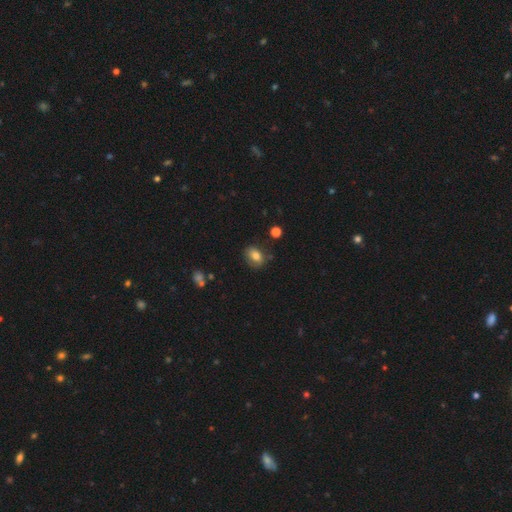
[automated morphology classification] Q: Smooth or featured?
A: smooth (77%); runner-up: featured or disk (13%)
Q: How rounded?
A: in between (72%); runner-up: round (26%)
Q: Merging?
A: none (74%); runner-up: minor disturbance (18%)